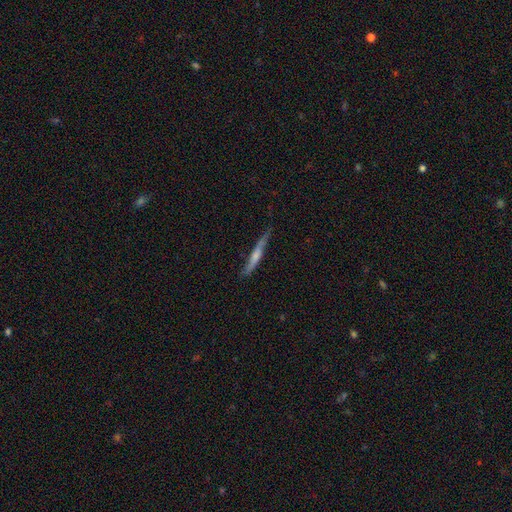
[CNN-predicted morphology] Overall: featured or disk (50%; smooth 45%). Merging: none (69%).